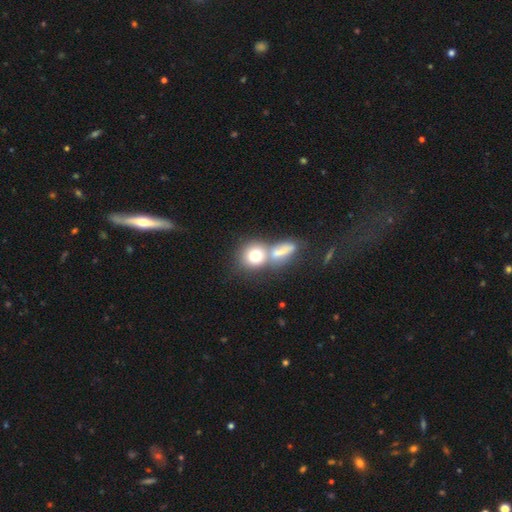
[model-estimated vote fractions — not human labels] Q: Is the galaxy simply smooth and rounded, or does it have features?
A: smooth — 74%.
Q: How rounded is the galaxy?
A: round — 76%.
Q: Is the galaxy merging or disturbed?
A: merger — 47%.